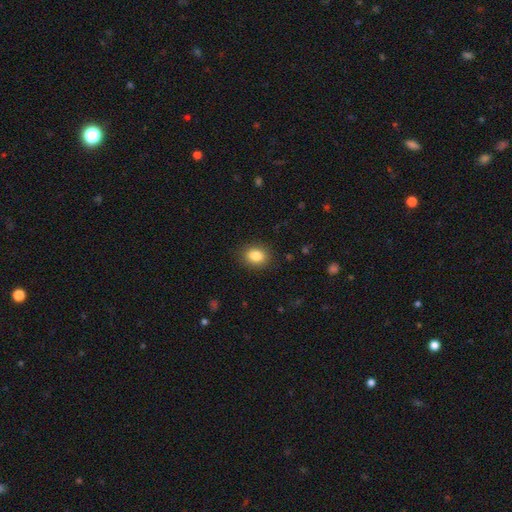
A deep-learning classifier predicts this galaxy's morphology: The model was most divided on "how rounded": in between: 55%, round: 44%, cigar-shaped: 1%. More confident: merging — none (87%); smooth or featured — smooth (85%).